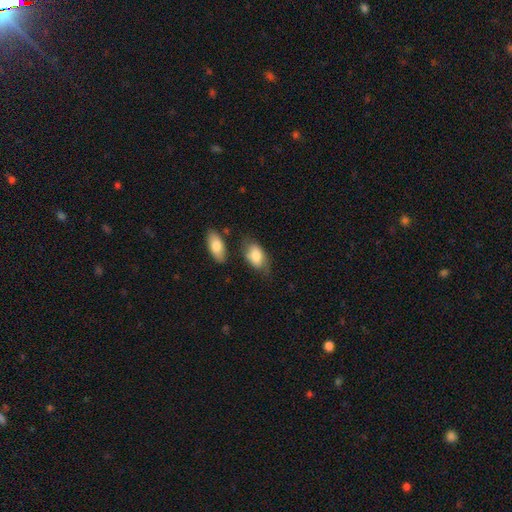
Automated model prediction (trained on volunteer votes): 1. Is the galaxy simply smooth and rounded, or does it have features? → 80% smooth, 14% featured or disk, 6% star or artifact.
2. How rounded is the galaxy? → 92% in between, 6% round, 3% cigar-shaped.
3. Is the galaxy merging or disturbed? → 56% none, 27% minor disturbance, 9% merger, 8% major disturbance.